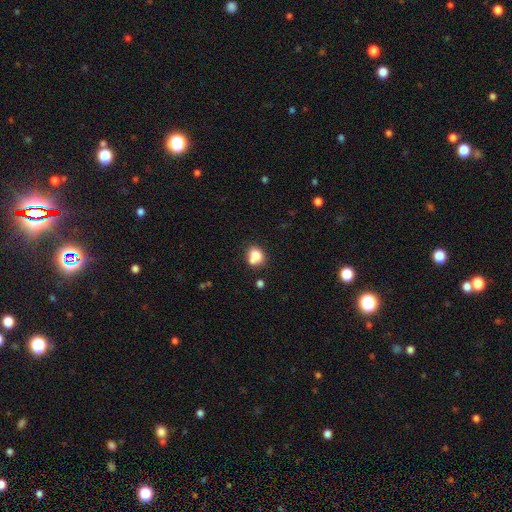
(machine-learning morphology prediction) Overall: smooth (78%). How rounded: round (61%; in between 38%). Merging: none (49%; merger 29%).